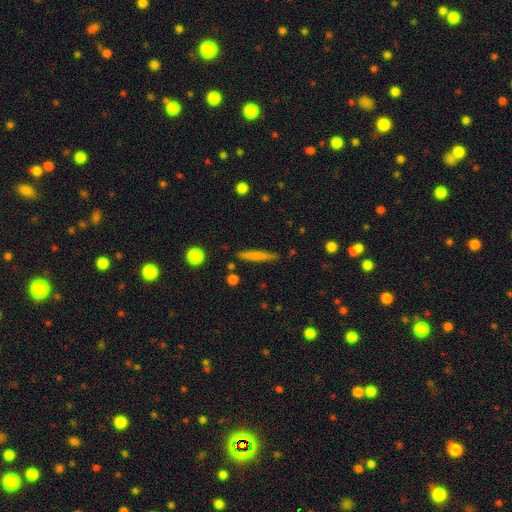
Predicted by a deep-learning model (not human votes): A smooth galaxy with no disk features (68%) that is cigar-shaped (92%).

Vote fractions:
- Smooth or featured? smooth: 68% / featured or disk: 26% / star or artifact: 6%
- How rounded? cigar-shaped: 92% / in between: 6% / round: 2%
- Merging? none: 86% / minor disturbance: 10% / merger: 2% / major disturbance: 2%